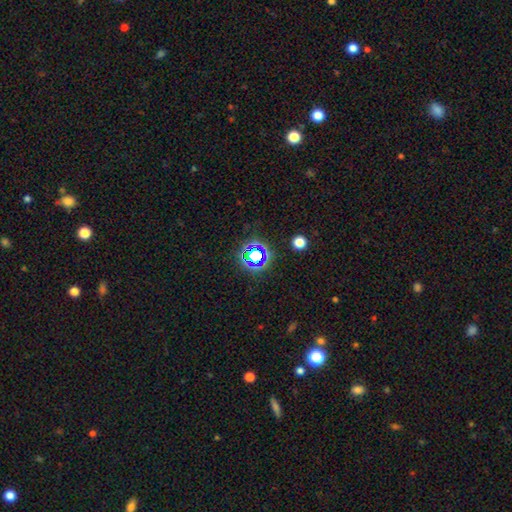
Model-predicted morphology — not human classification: star or artifact 66%, smooth 24%, featured or disk 11%.